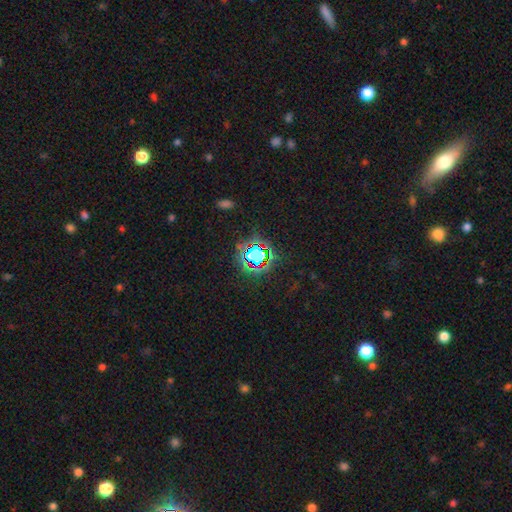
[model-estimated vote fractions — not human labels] Smooth or featured? Predicted: star or artifact (p=0.70).